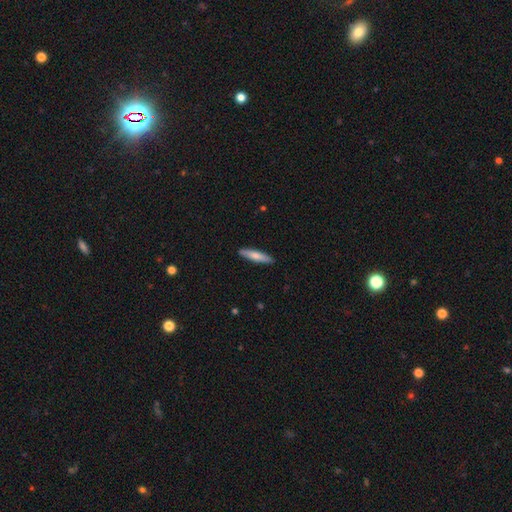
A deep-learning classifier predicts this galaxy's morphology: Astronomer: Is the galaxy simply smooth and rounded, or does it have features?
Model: smooth — 70%.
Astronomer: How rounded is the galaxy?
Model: cigar-shaped — 85%.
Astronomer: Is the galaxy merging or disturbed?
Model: none — 90%.